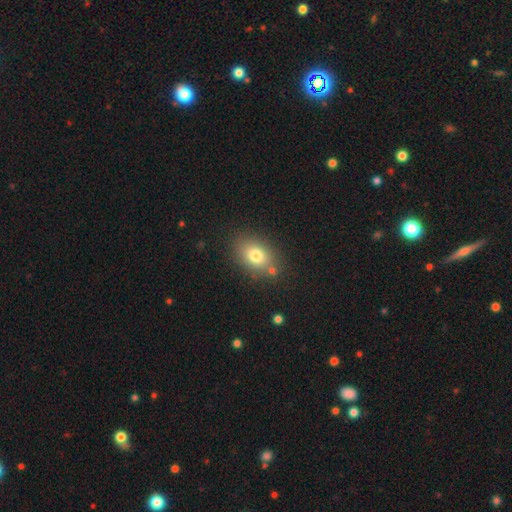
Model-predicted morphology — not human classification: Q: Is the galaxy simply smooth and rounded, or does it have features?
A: smooth — 78%.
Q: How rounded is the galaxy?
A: in between — 74%.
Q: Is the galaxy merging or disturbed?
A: none — 78%.